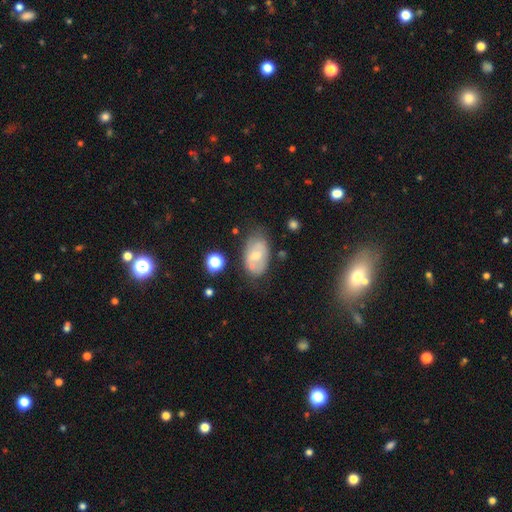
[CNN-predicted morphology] This appears to be a smooth galaxy with no disk features (48%). Merging: none (55%).